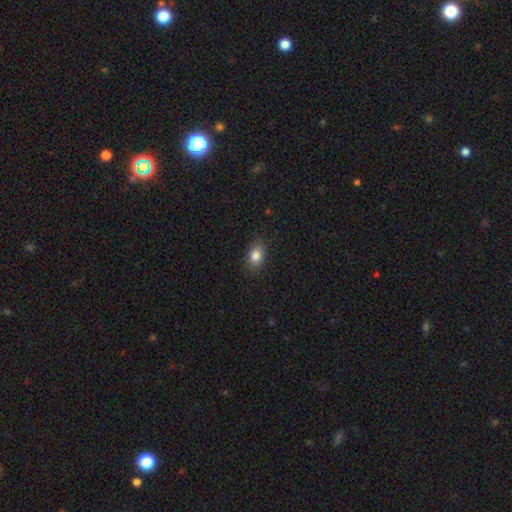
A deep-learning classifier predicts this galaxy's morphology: Smooth or featured? Predicted: smooth (p=0.83). How rounded? Predicted: in between (p=0.78). Merging? Predicted: none (p=0.85).